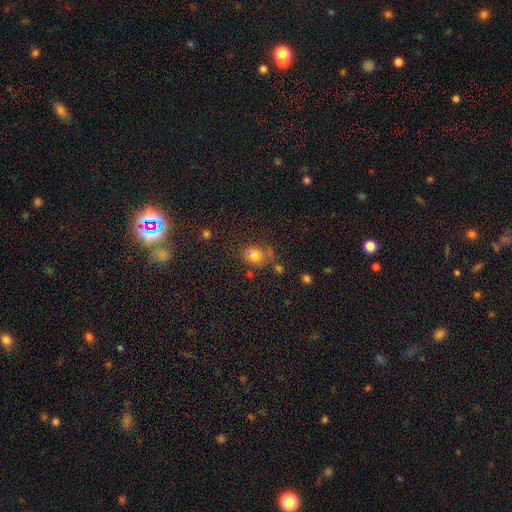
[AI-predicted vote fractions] Smooth or featured? smooth (63%)
How rounded? round (68%)
Merging? none (56%)